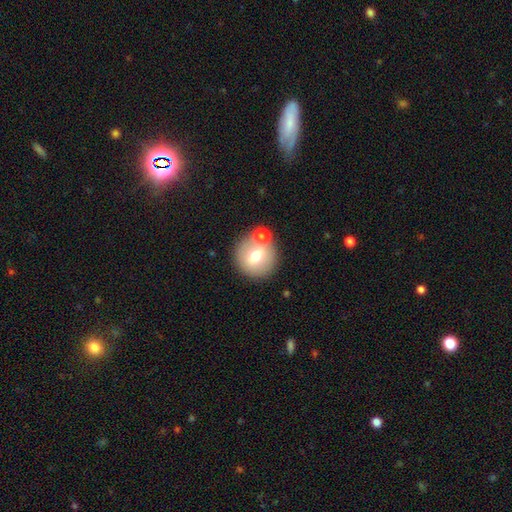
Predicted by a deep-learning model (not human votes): A smooth galaxy with no disk features (67%) that is round (91%).

Vote fractions:
- Smooth or featured? smooth: 67% / featured or disk: 24% / star or artifact: 9%
- How rounded? round: 91% / in between: 8% / cigar-shaped: 1%
- Merging? none: 70% / merger: 17% / minor disturbance: 10% / major disturbance: 3%